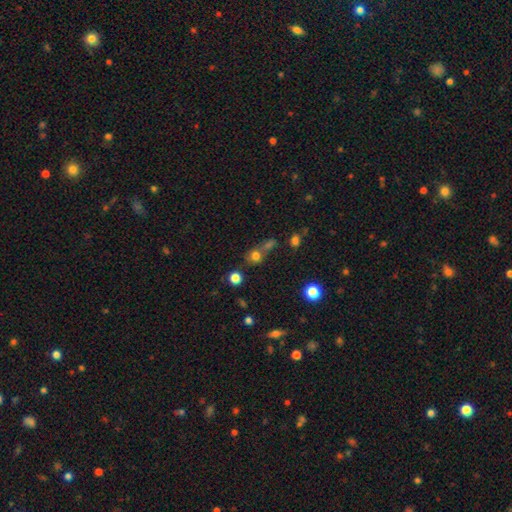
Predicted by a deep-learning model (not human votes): This is likely a smooth galaxy (72%). How rounded: clearly round (82%). Merging: possibly none (51%).